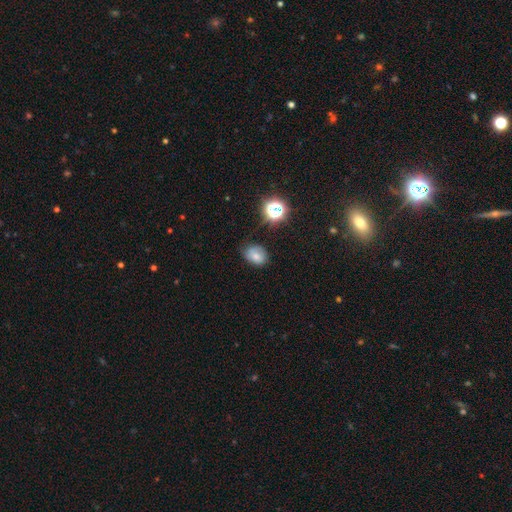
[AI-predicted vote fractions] Smooth or featured: smooth — 70% (star or artifact — 16%)
How rounded: in between — 62% (round — 37%)
Merging: none — 64% (minor disturbance — 26%)